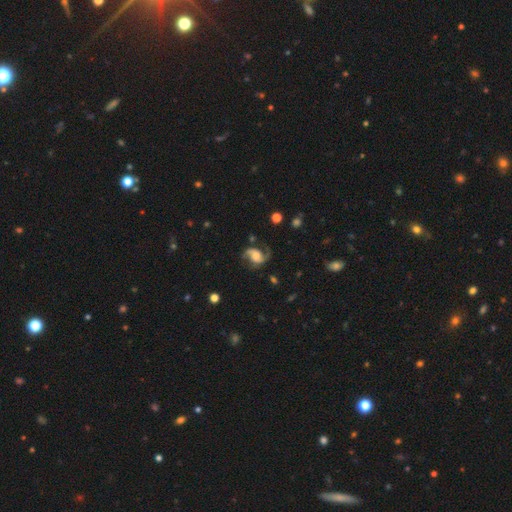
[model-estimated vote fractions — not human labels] This is clearly a featured or disk galaxy (84%). It is clearly not viewed edge-on (98%). Bar: possibly no (56%). Spiral arm pattern: clearly yes (96%). Spiral arm count: clearly 2 (90%). Spiral winding: marginally loose (45%). Central bulge: marginally moderate (40%). Merging: likely none (69%).